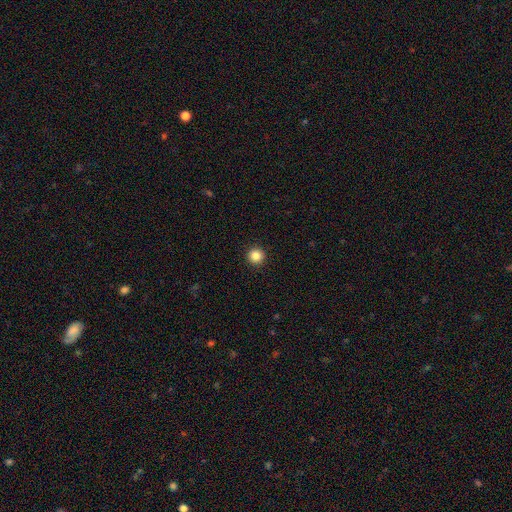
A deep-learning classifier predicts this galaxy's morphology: type=smooth (85%); roundness=round (96%); merging=none (94%).